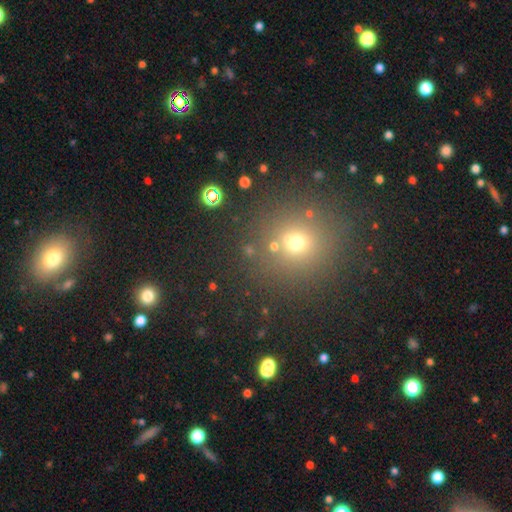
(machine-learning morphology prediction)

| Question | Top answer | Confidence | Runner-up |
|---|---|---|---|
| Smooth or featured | smooth | 54% | star or artifact (37%) |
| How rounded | round | 89% | in between (10%) |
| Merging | none | 83% | minor disturbance (7%) |